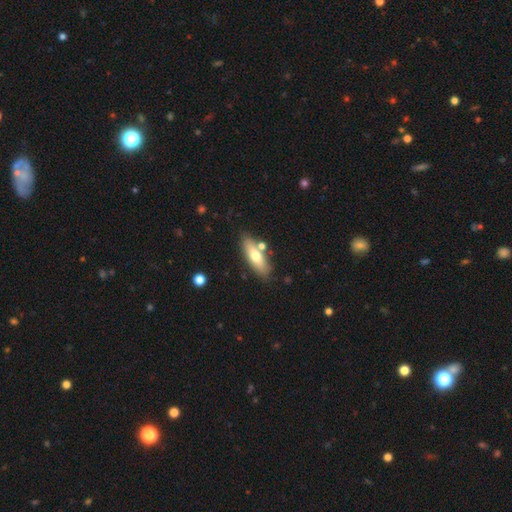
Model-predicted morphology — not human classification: Overall: smooth (62%; featured or disk 31%). How rounded: in between (53%; cigar-shaped 44%). Merging: none (75%).